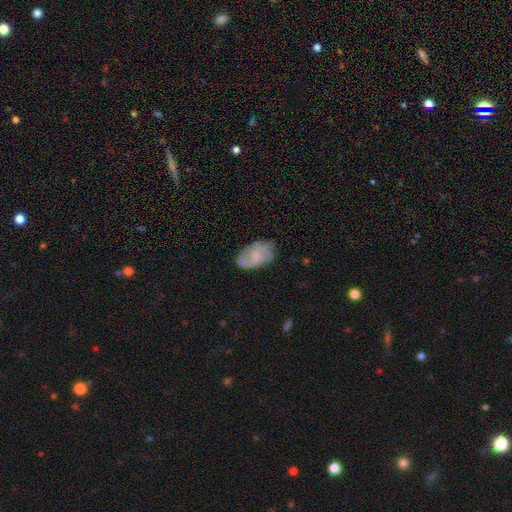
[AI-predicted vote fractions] Smooth or featured: featured or disk — 57% (smooth — 36%)
Edge-on disk: no — 96% (yes — 4%)
Bar: no — 68% (weak — 29%)
Spiral arms: yes — 83% (no — 17%)
Bulge size: small — 37% (none — 29%)
Merging: none — 68% (minor disturbance — 23%)